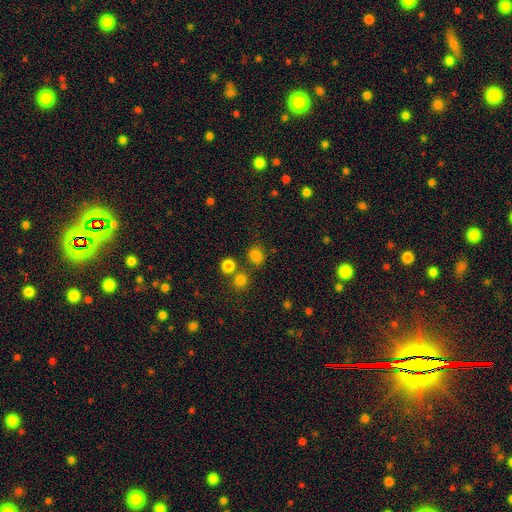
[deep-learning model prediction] smooth_or_featured: smooth (p=0.79) [alt: star or artifact p=0.16]
how_rounded: round (p=0.70) [alt: in between p=0.29]
merging: none (p=0.72) [alt: merger p=0.12]